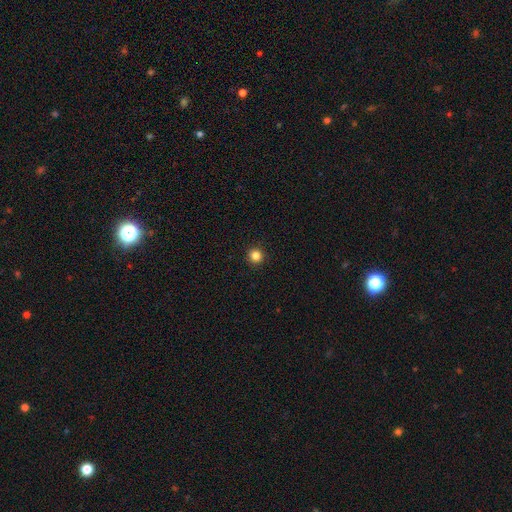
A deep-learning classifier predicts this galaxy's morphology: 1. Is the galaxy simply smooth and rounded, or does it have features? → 84% smooth, 12% star or artifact, 4% featured or disk.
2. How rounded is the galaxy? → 95% round, 4% in between, 1% cigar-shaped.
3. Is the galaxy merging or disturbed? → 93% none, 4% minor disturbance, 2% major disturbance, 1% merger.